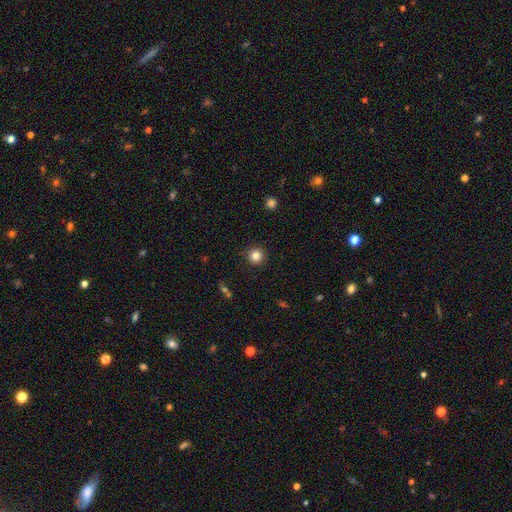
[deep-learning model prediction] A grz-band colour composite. It shows a smooth galaxy with no disk features (84%) that is round (95%). Merging: none (91%).